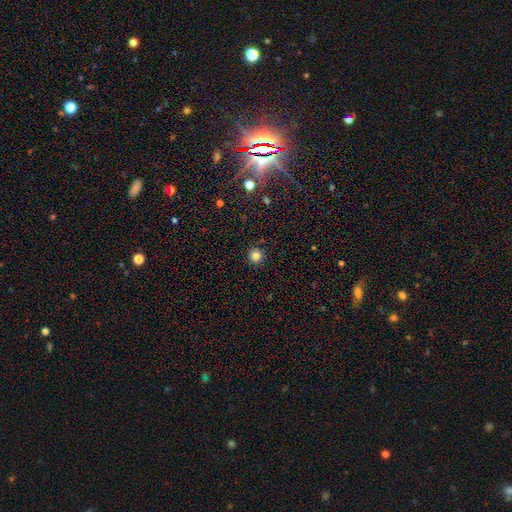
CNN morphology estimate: Smooth or featured? Predicted: smooth (p=0.83). How rounded? Predicted: round (p=0.93). Merging? Predicted: none (p=0.90).